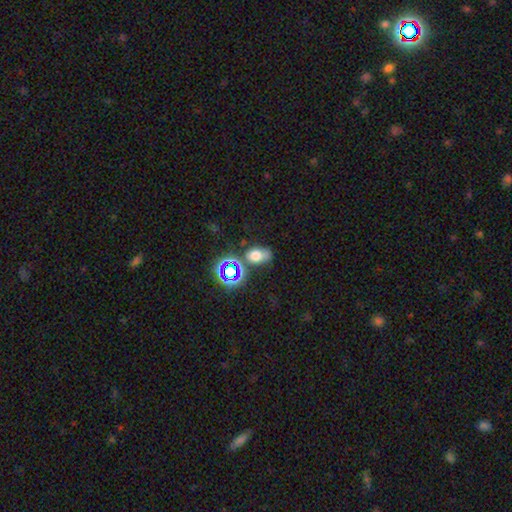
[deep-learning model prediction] Overall: smooth (62%; star or artifact 24%). How rounded: in between (80%). Merging: none (53%; minor disturbance 22%).